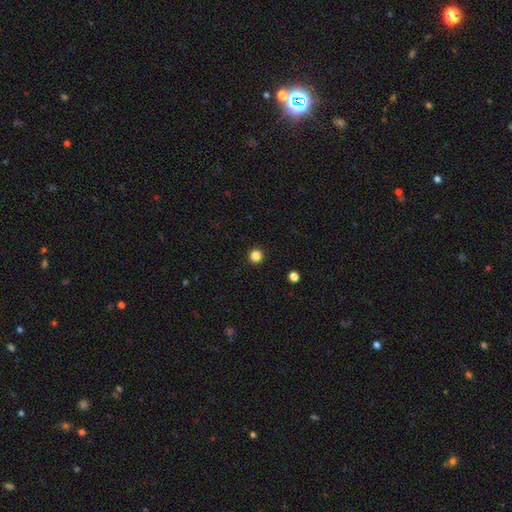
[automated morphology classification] type=smooth (85%); roundness=round (96%); merging=none (94%).